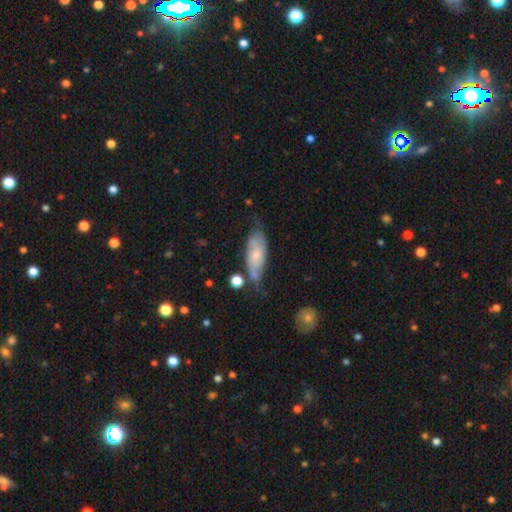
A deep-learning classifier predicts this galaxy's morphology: A smooth galaxy with no disk features (50%) that is in between round and cigar-shaped (75%). Merging: none (44%).